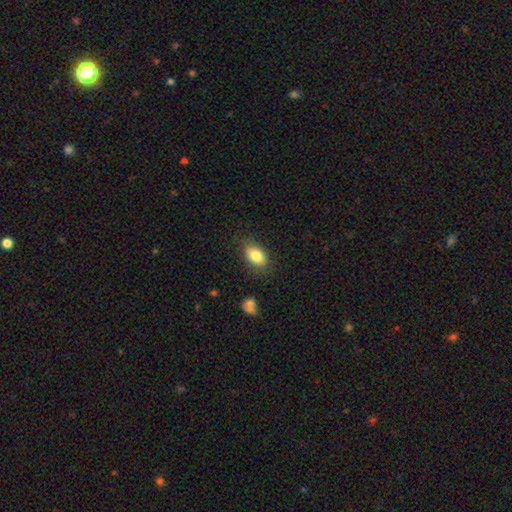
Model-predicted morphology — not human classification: Overall: smooth (83%). How rounded: in between (88%). Merging: none (79%).